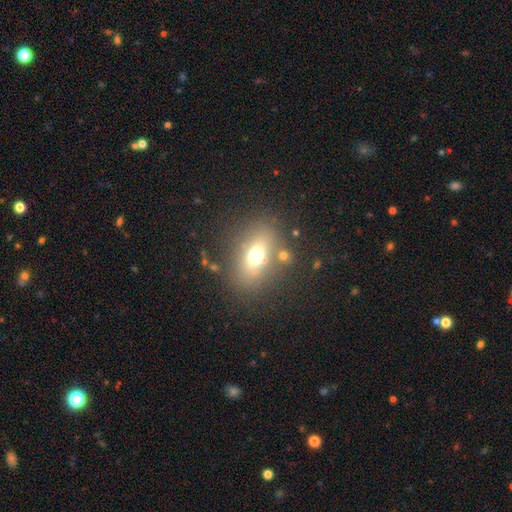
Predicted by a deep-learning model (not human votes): A smooth galaxy with no disk features (63%) that is in between round and cigar-shaped (70%).

Vote fractions:
- Smooth or featured? smooth: 63% / featured or disk: 22% / star or artifact: 15%
- How rounded? in between: 70% / round: 24% / cigar-shaped: 5%
- Merging? none: 74% / minor disturbance: 12% / merger: 8% / major disturbance: 7%